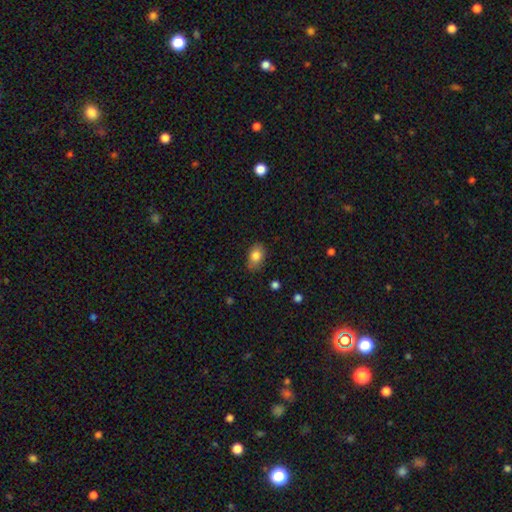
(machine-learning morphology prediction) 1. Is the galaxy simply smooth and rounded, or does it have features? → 82% smooth, 10% featured or disk, 8% star or artifact.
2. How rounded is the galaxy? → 84% in between, 15% round, 1% cigar-shaped.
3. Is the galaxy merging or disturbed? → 81% none, 15% minor disturbance, 3% major disturbance, 1% merger.